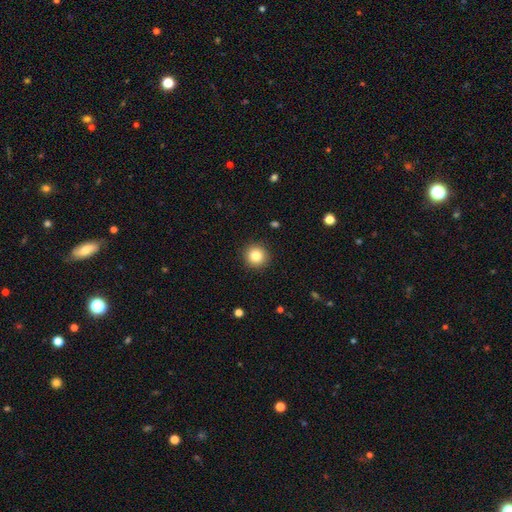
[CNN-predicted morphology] This appears to be a smooth galaxy with no disk features (84%) that is round (94%). Merging: none (92%).